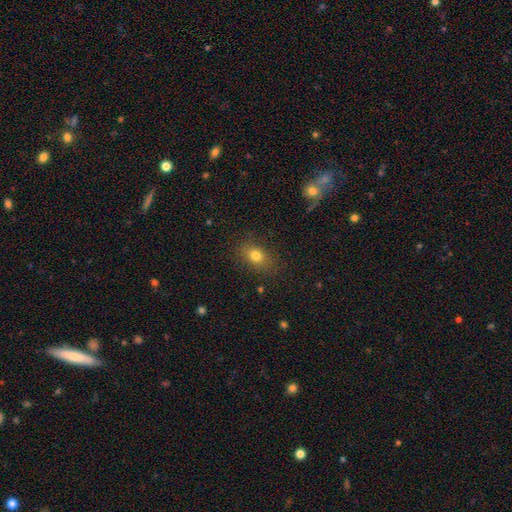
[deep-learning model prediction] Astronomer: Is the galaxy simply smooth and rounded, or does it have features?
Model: smooth — 78%.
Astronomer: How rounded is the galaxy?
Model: in between — 70%.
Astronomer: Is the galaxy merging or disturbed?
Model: none — 83%.